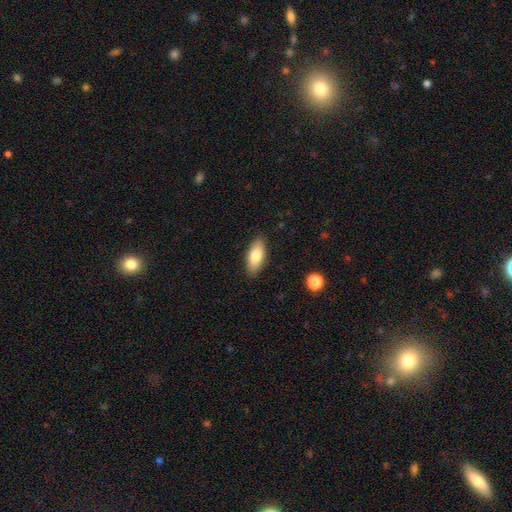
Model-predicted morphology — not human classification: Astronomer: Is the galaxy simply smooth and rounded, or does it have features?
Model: smooth — 78%.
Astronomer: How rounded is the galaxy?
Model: in between — 83%.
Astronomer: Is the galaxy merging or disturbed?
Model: none — 87%.